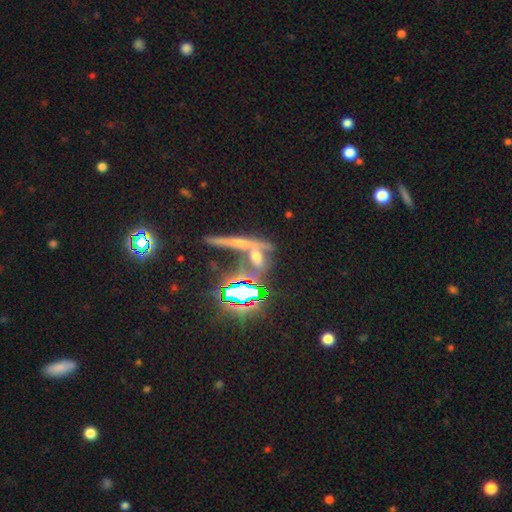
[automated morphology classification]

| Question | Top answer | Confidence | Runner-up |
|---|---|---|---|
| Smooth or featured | star or artifact | 40% | smooth (30%) |